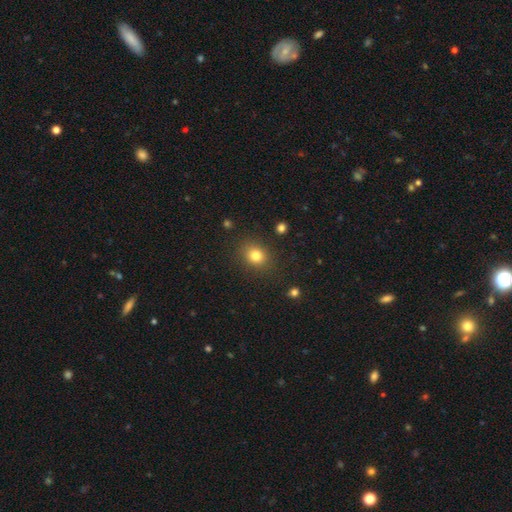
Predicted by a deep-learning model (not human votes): A smooth galaxy with no disk features (81%) that is round (63%).

Vote fractions:
- Smooth or featured? smooth: 81% / star or artifact: 12% / featured or disk: 7%
- How rounded? round: 63% / in between: 36% / cigar-shaped: 1%
- Merging? none: 86% / minor disturbance: 9% / major disturbance: 3% / merger: 2%